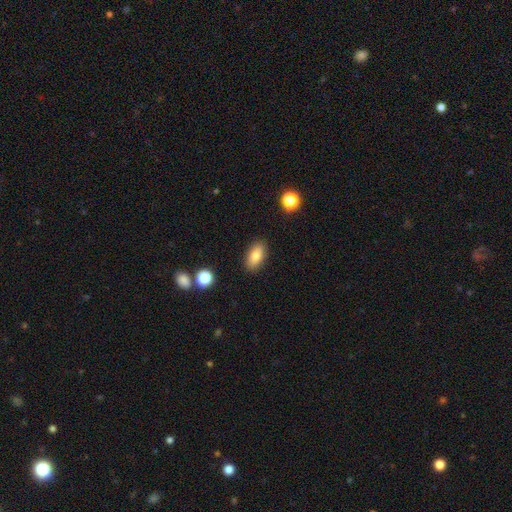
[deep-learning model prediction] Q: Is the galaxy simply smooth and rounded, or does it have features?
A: smooth — 81%.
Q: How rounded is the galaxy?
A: in between — 88%.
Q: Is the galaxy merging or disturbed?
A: none — 88%.